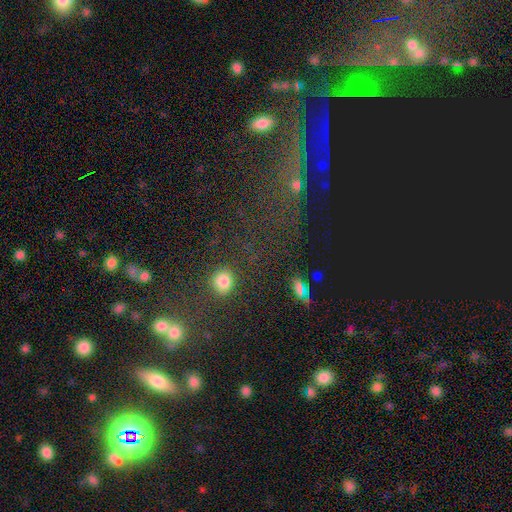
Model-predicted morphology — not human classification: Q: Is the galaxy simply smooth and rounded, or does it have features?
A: star or artifact — 60%.